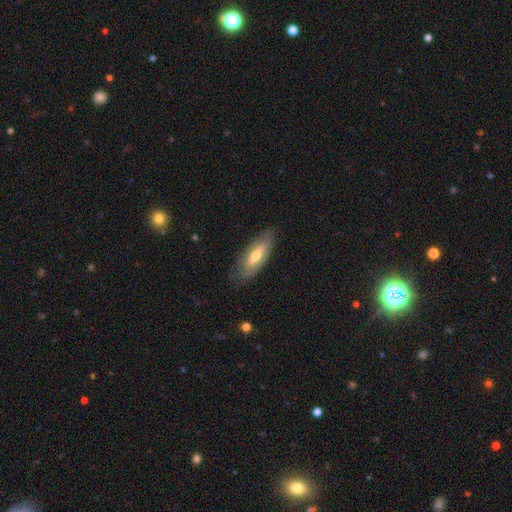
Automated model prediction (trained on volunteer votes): Smooth or featured? smooth (49%)
Merging? none (80%)